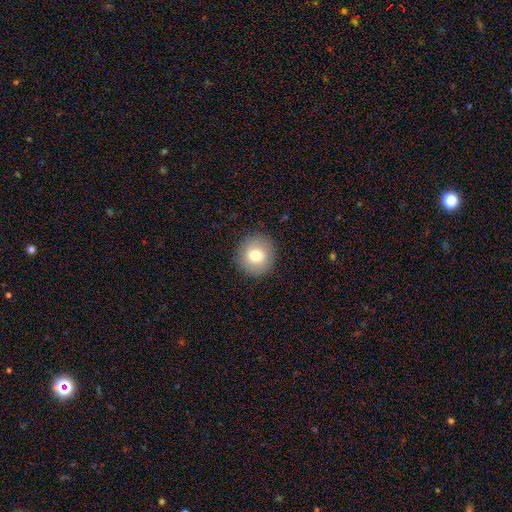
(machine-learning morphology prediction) smooth-or-featured: smooth: 78% | featured or disk: 13% | star or artifact: 9%
  how-rounded: round: 93% | in between: 6% | cigar-shaped: 1%
  merging: none: 91% | minor disturbance: 6% | major disturbance: 2% | merger: 1%